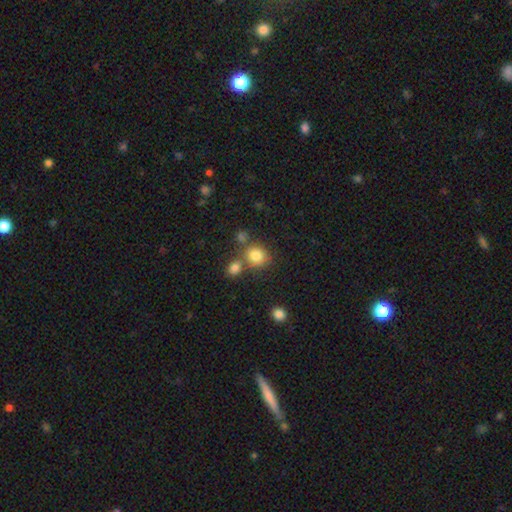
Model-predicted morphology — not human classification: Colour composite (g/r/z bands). It shows a smooth galaxy with no disk features (82%) that is round (76%). Merging: none (60%).